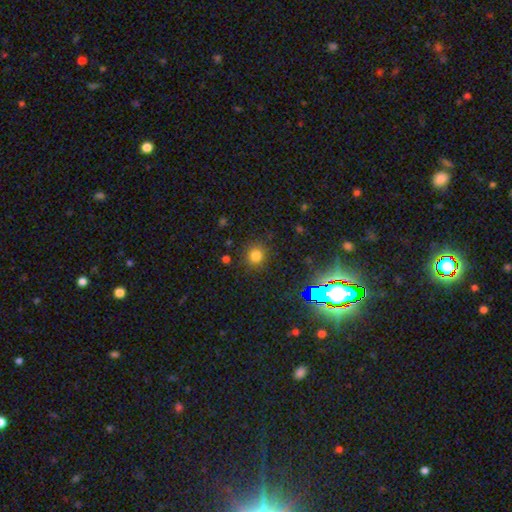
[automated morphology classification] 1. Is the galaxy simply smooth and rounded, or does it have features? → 75% smooth, 19% star or artifact, 6% featured or disk.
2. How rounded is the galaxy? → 91% round, 8% in between, 1% cigar-shaped.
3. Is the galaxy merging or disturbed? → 87% none, 8% minor disturbance, 3% major disturbance, 2% merger.